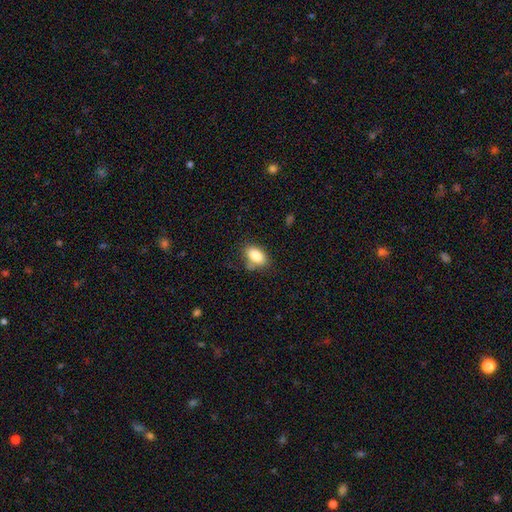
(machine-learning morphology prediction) smooth_or_featured: smooth (p=0.85) [alt: star or artifact p=0.08]
how_rounded: in between (p=0.90) [alt: round p=0.07]
merging: none (p=0.70) [alt: minor disturbance p=0.19]